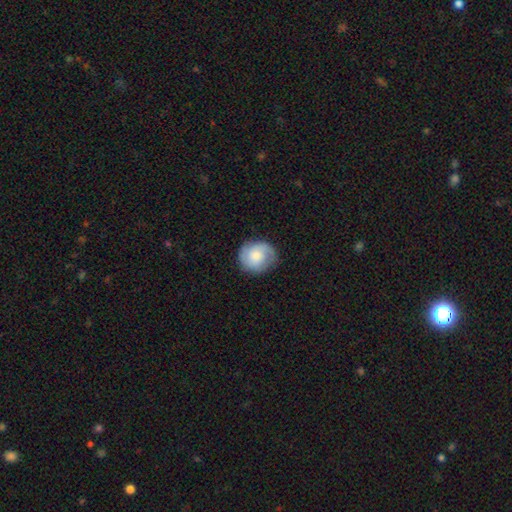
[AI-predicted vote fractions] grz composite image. It shows a smooth galaxy with no disk features (60%) that is round (82%). Merging: none (77%).